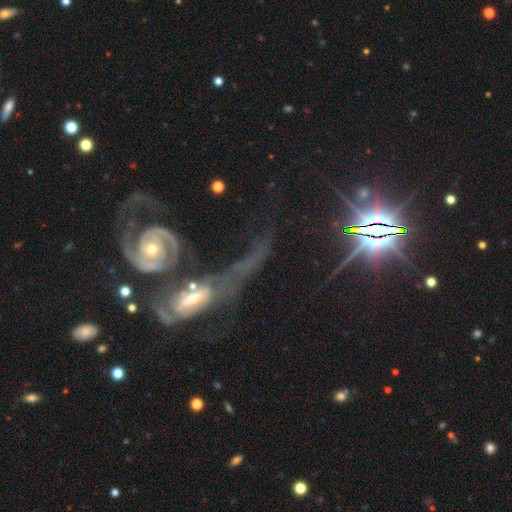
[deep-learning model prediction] A featured or disk galaxy (70%) with no bar (63%), spiral arms (83%) and a moderate central bulge (45%). Merging: merger (50%).